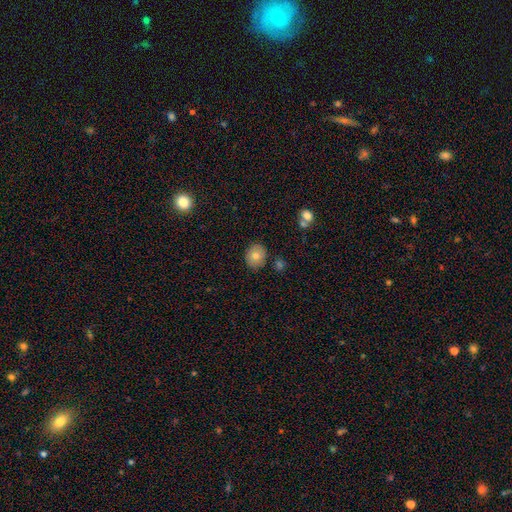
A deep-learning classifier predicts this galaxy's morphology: Smooth or featured: smooth — 78% (featured or disk — 13%)
How rounded: round — 66% (in between — 33%)
Merging: none — 85% (minor disturbance — 10%)